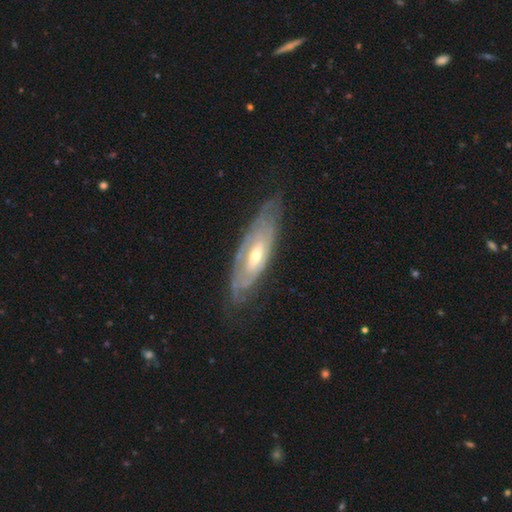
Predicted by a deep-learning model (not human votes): The model was most divided on "bulge size": moderate: 57%, small: 38%, large: 3%, none: 1%, dominant: 1%. More confident: spiral arms — yes (80%); smooth or featured — featured or disk (80%); edge-on disk — no (76%); merging — none (74%); bar — no (56%).